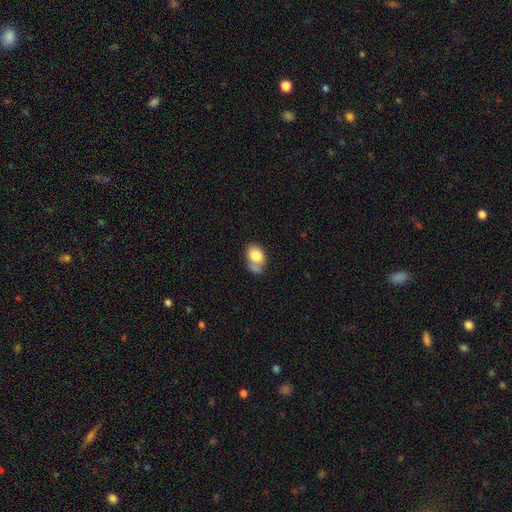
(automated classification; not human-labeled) Smooth or featured: smooth — 78% (featured or disk — 14%)
How rounded: in between — 76% (round — 23%)
Merging: none — 34% (merger — 30%)